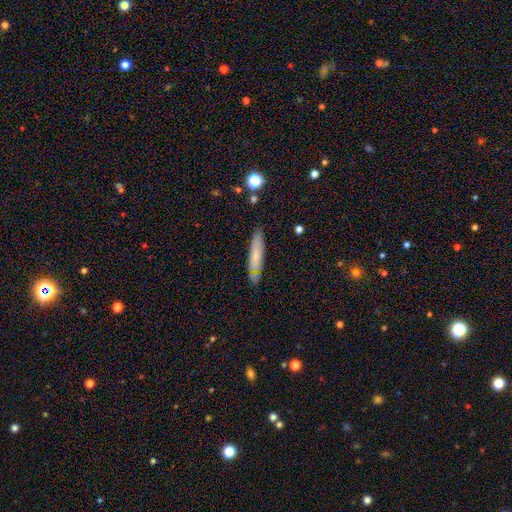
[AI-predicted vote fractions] Smooth or featured? smooth (69%)
How rounded? cigar-shaped (84%)
Merging? none (79%)